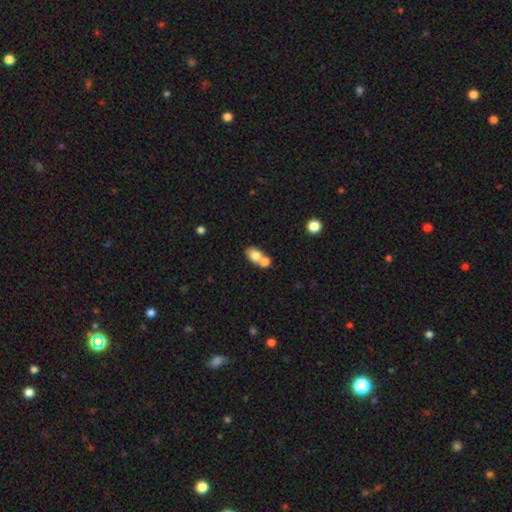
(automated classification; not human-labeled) Q: Smooth or featured?
A: smooth (77%); runner-up: featured or disk (15%)
Q: How rounded?
A: in between (71%); runner-up: round (27%)
Q: Merging?
A: merger (59%); runner-up: none (30%)